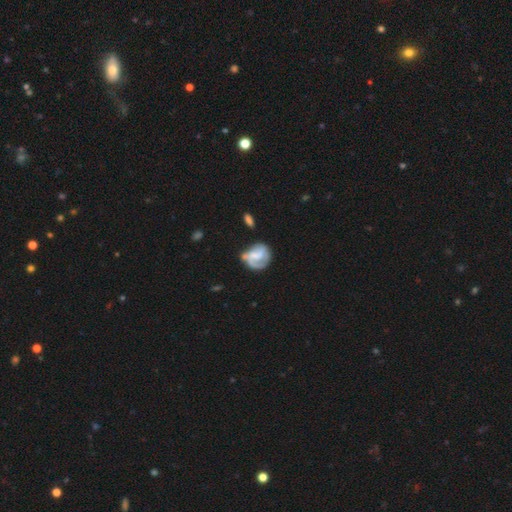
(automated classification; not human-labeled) A featured or disk galaxy (63%) with no bar (46%), spiral arms (81%) and no central bulge (39%).

Vote fractions:
- Smooth or featured? featured or disk: 63% / smooth: 30% / star or artifact: 7%
- Edge-on disk? no: 98% / yes: 2%
- Bar? no: 46% / weak: 39% / strong: 15%
- Spiral arms? yes: 81% / no: 19%
- Bulge size? none: 39% / small: 29% / moderate: 23% / large: 8% / dominant: 2%
- Merging? none: 44% / minor disturbance: 26% / major disturbance: 22% / merger: 8%